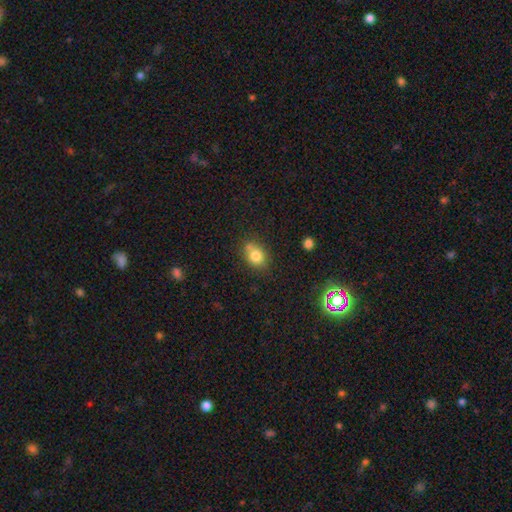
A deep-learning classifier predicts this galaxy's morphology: Q: Smooth or featured?
A: smooth (78%); runner-up: star or artifact (11%)
Q: How rounded?
A: round (50%); runner-up: in between (49%)
Q: Merging?
A: none (57%); runner-up: merger (21%)